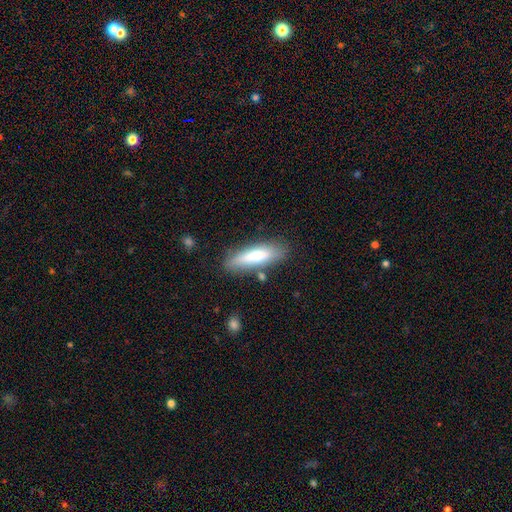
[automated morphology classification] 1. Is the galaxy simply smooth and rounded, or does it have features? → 72% smooth, 21% featured or disk, 7% star or artifact.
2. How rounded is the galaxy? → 61% cigar-shaped, 37% in between, 2% round.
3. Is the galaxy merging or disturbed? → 78% none, 15% minor disturbance, 4% merger, 3% major disturbance.